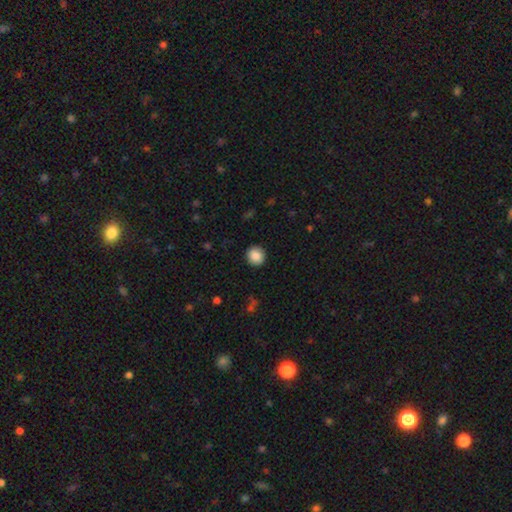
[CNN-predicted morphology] Overall: smooth (88%). How rounded: round (91%). Merging: none (91%).